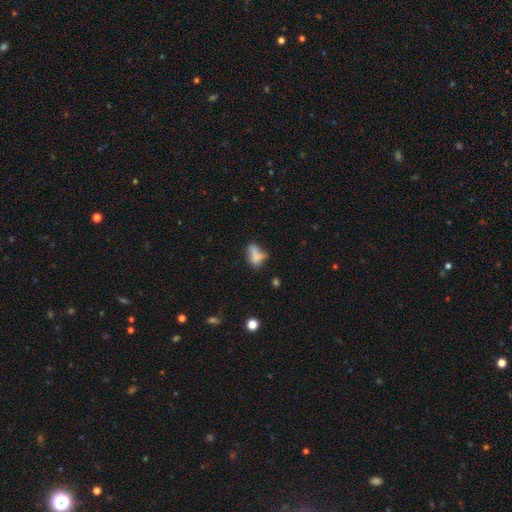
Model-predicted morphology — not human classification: This is likely a smooth galaxy (64%). How rounded: likely in between (76%). Merging: marginally none (36%).